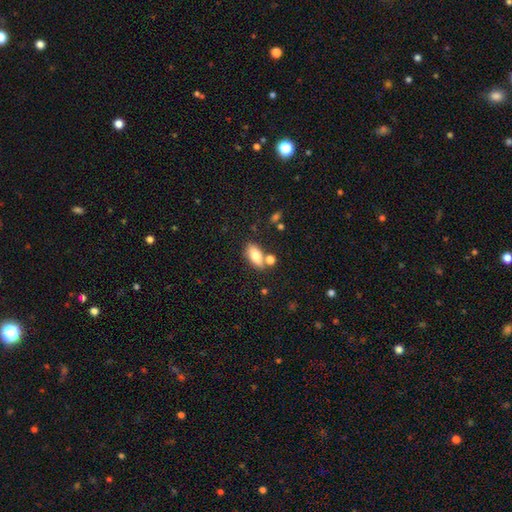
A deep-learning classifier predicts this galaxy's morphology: The model was most divided on "merging": none: 69%, merger: 16%, minor disturbance: 12%, major disturbance: 3%. More confident: how rounded — in between (86%); smooth or featured — smooth (75%).